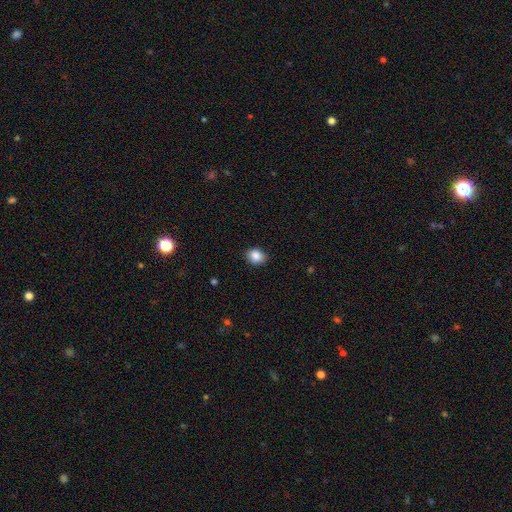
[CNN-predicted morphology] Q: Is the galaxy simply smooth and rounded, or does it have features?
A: smooth — 87%.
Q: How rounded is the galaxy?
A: round — 54%.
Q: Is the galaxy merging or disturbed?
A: none — 87%.